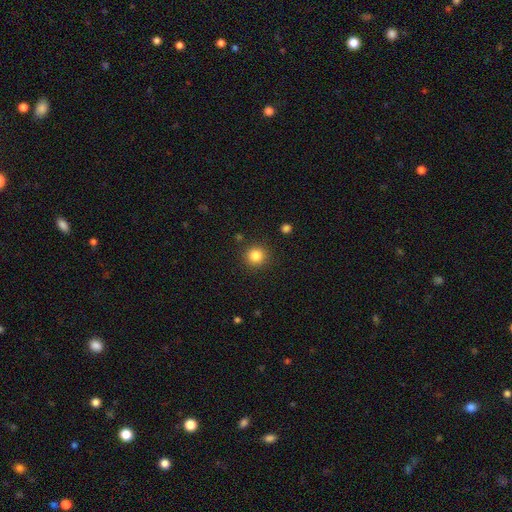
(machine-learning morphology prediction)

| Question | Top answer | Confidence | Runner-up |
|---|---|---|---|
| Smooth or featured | smooth | 84% | star or artifact (11%) |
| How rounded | round | 94% | in between (5%) |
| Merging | none | 90% | minor disturbance (6%) |